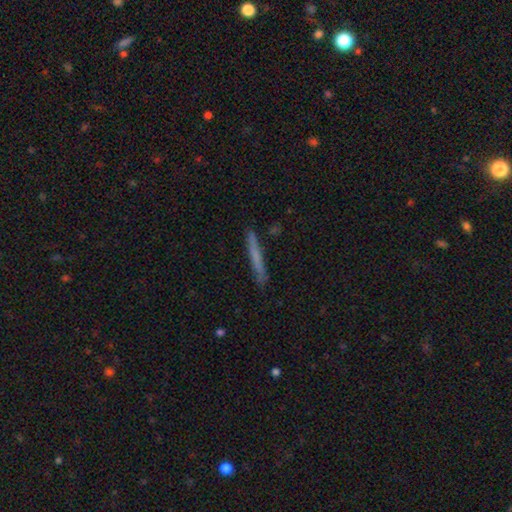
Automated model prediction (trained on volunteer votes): This is likely a smooth galaxy (60%). How rounded: clearly cigar-shaped (96%). Merging: clearly none (87%).